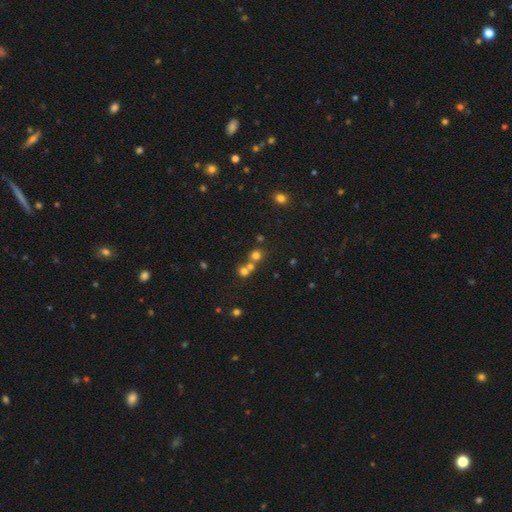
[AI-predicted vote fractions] A smooth galaxy with no disk features (48%). Merging: none (52%).